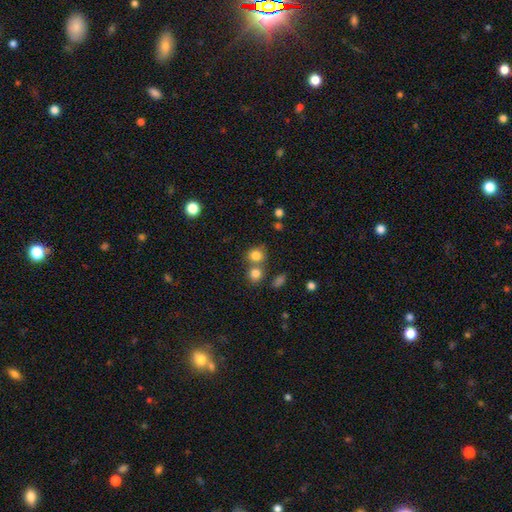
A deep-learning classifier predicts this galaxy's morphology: smooth_or_featured: smooth (p=0.81) [alt: star or artifact p=0.12]
how_rounded: round (p=0.78) [alt: in between p=0.20]
merging: none (p=0.54) [alt: merger p=0.33]